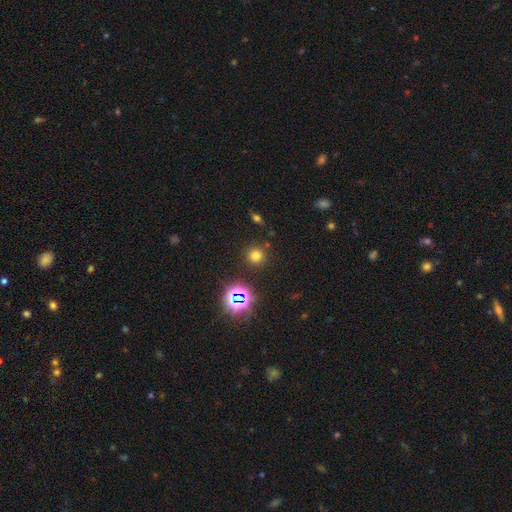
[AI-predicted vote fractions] Smooth or featured?
  - smooth: 70% *
  - star or artifact: 23%
  - featured or disk: 7%
How rounded?
  - round: 93% *
  - in between: 6%
  - cigar-shaped: 1%
Merging?
  - none: 86% *
  - minor disturbance: 7%
  - merger: 4%
  - major disturbance: 3%